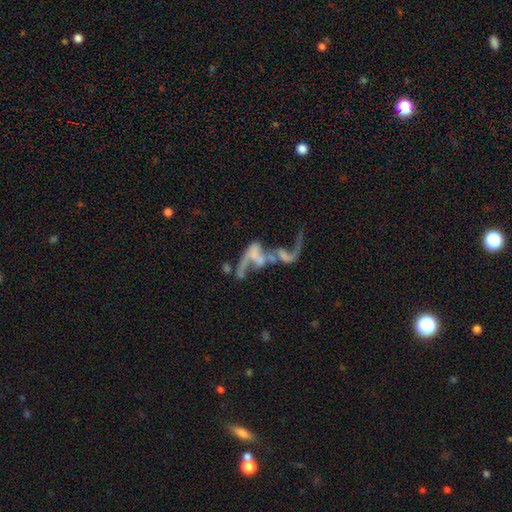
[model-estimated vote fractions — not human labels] Overall: featured or disk (64%). Edge-on disk: no (95%). Bar: no (76%). Spiral arms: no (66%; yes 34%). Bulge size: none (68%). Merging: merger (59%; major disturbance 24%).